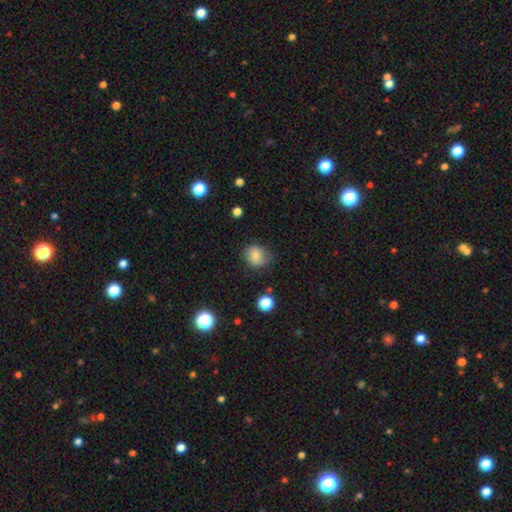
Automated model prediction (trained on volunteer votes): A smooth galaxy with no disk features (78%) that is round (71%). Merging: none (70%).